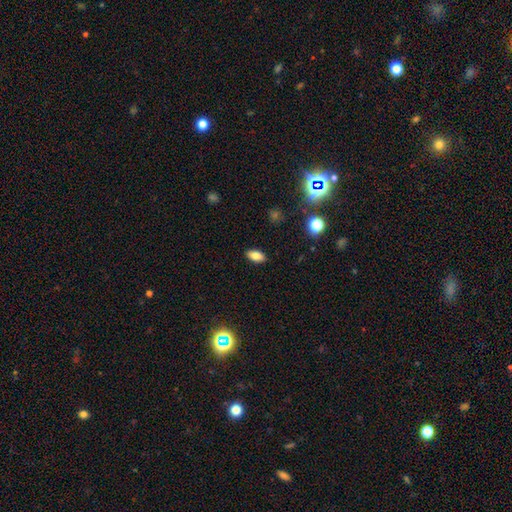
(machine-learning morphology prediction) type=smooth (81%); roundness=in between (90%); merging=none (89%).